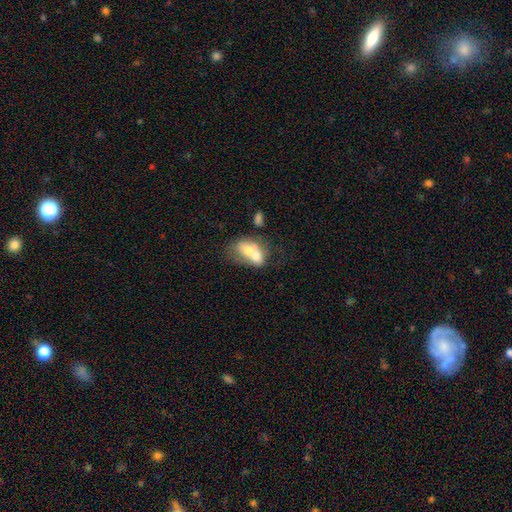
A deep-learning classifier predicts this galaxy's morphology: A smooth galaxy with no disk features (58%) that is in between round and cigar-shaped (76%).

Vote fractions:
- Smooth or featured? smooth: 58% / featured or disk: 34% / star or artifact: 8%
- How rounded? in between: 76% / round: 20% / cigar-shaped: 4%
- Merging? merger: 67% / none: 16% / minor disturbance: 9% / major disturbance: 8%